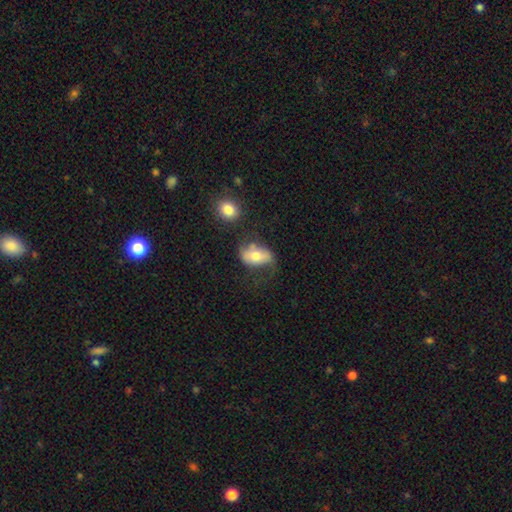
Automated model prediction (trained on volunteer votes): Smooth or featured?
  - smooth: 59% *
  - featured or disk: 34%
  - star or artifact: 8%
How rounded?
  - in between: 87% *
  - round: 10%
  - cigar-shaped: 3%
Merging?
  - none: 41% *
  - minor disturbance: 27%
  - major disturbance: 21%
  - merger: 11%